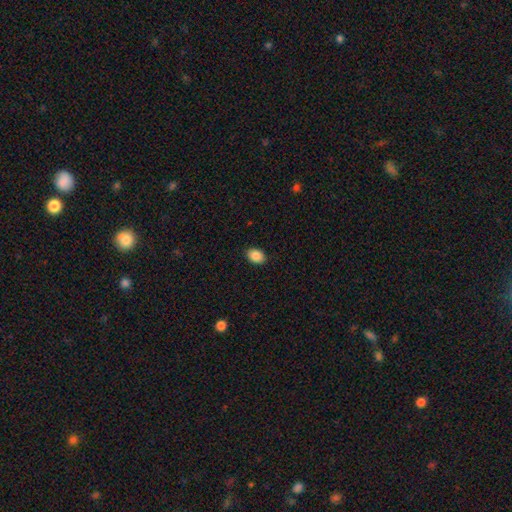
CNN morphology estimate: This is clearly a smooth galaxy (88%). How rounded: likely in between (72%). Merging: clearly none (90%).